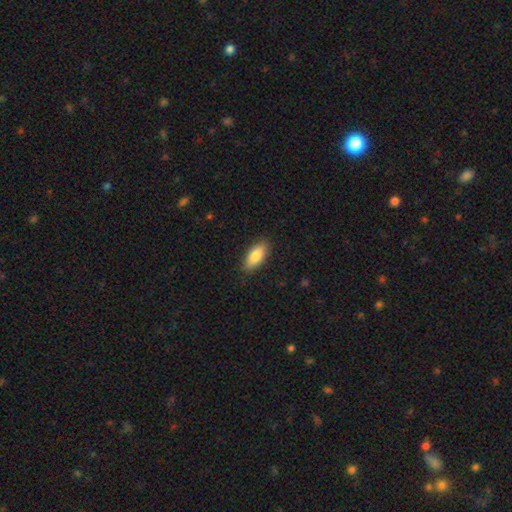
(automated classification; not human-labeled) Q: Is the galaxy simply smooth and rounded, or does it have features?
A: smooth — 85%.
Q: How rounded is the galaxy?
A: in between — 83%.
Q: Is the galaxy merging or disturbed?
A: none — 87%.